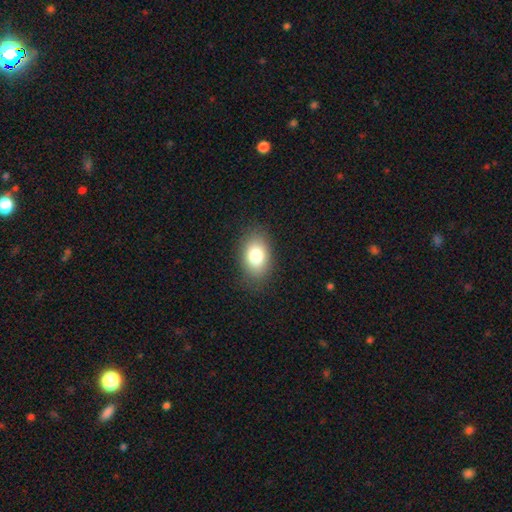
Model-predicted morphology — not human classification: Smooth or featured? Predicted: smooth (p=0.79). How rounded? Predicted: in between (p=0.83). Merging? Predicted: none (p=0.85).